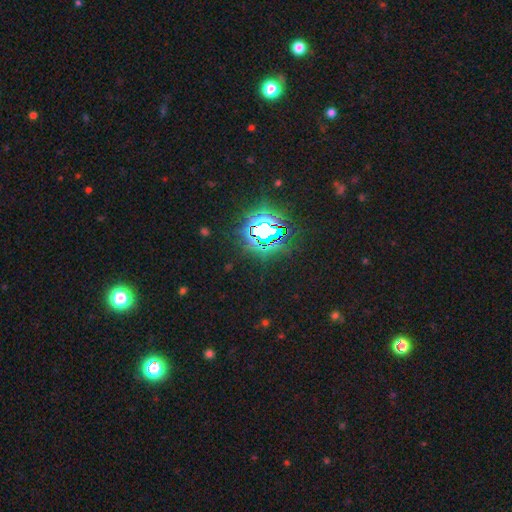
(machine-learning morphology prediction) star or artifact 84%, smooth 10%, featured or disk 6%.